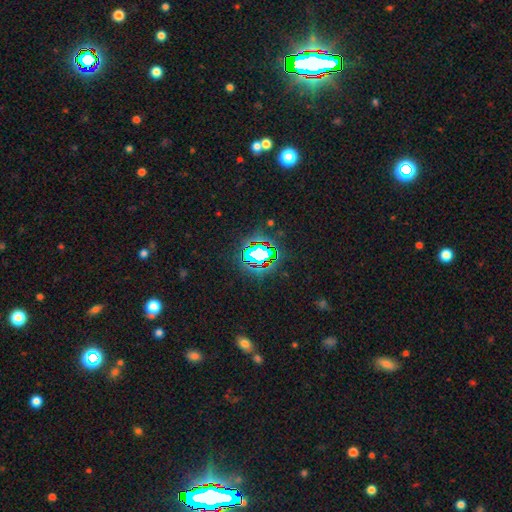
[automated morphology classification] The model was most divided on "smooth or featured": star or artifact: 81%, smooth: 12%, featured or disk: 7%.